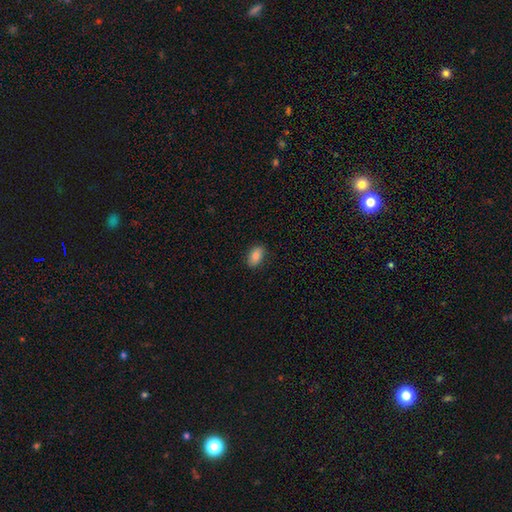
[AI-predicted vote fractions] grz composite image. It shows a smooth galaxy with no disk features (84%) that is in between round and cigar-shaped (90%). Merging: none (87%).